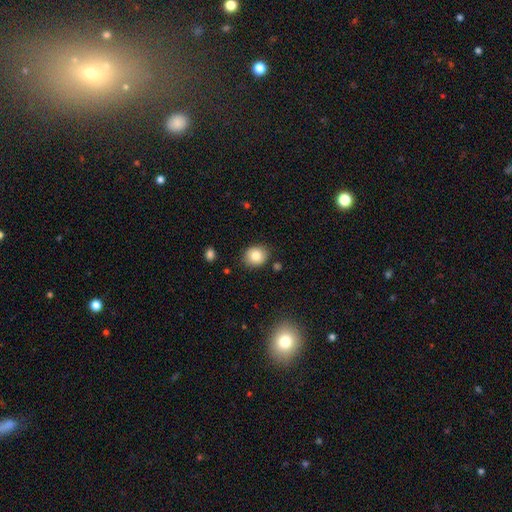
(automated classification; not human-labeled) smooth 82%, star or artifact 9%, featured or disk 8%. Down the decision tree: how rounded — round (70%); merging — none (84%).